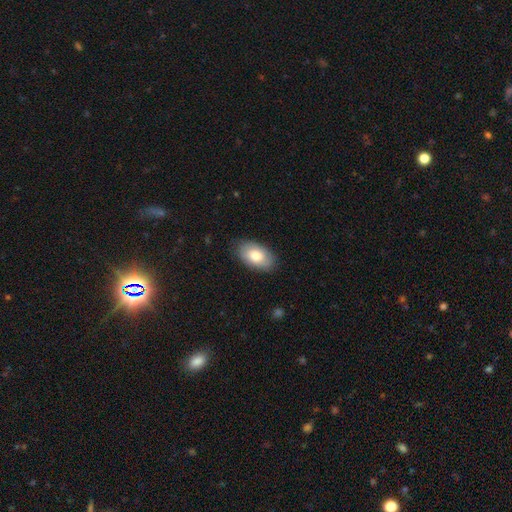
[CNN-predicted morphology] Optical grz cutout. It shows a smooth galaxy with no disk features (77%) that is in between round and cigar-shaped (94%). Merging: none (83%).